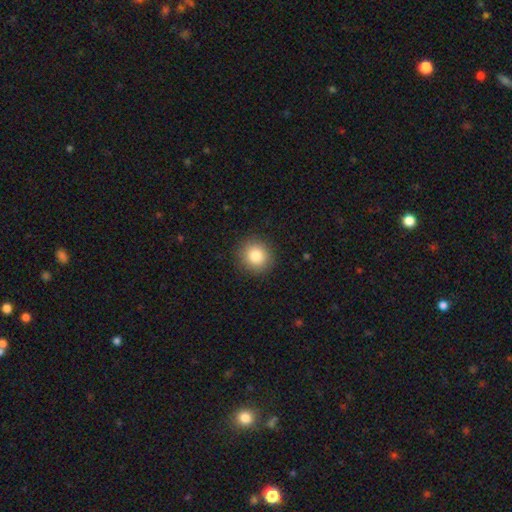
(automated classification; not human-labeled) This appears to be a smooth galaxy with no disk features (84%) that is round (91%). Merging: none (91%).